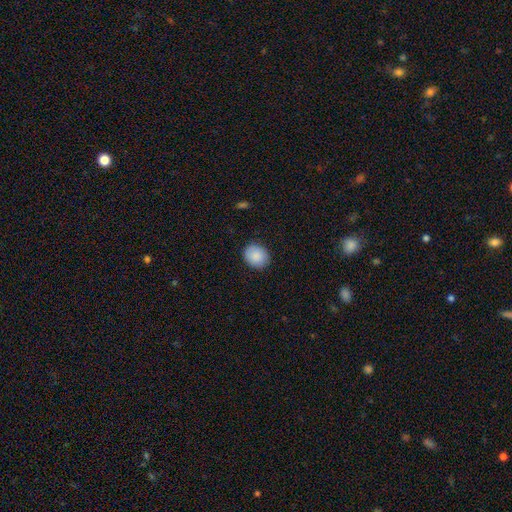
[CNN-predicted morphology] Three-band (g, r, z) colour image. It shows a smooth galaxy with no disk features (89%) that is round (69%). Merging: none (88%).